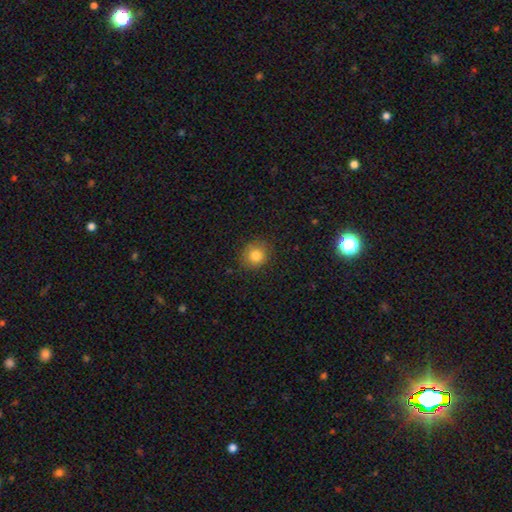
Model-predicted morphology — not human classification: Smooth or featured?
  - smooth: 83% *
  - star or artifact: 11%
  - featured or disk: 7%
How rounded?
  - round: 83% *
  - in between: 16%
  - cigar-shaped: 1%
Merging?
  - none: 86% *
  - minor disturbance: 10%
  - major disturbance: 3%
  - merger: 1%